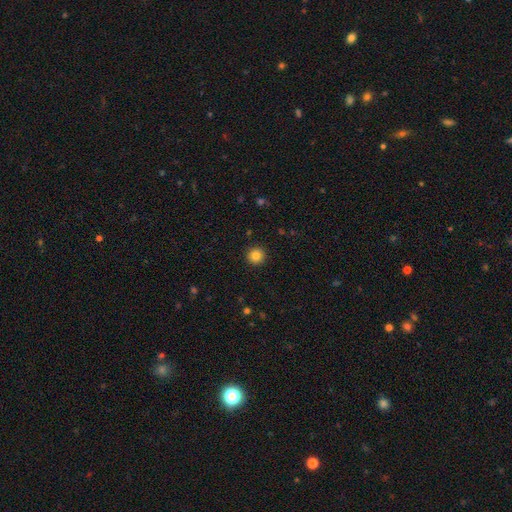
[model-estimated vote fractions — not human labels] Morphology: type=smooth (85%); roundness=round (95%); merging=none (92%).